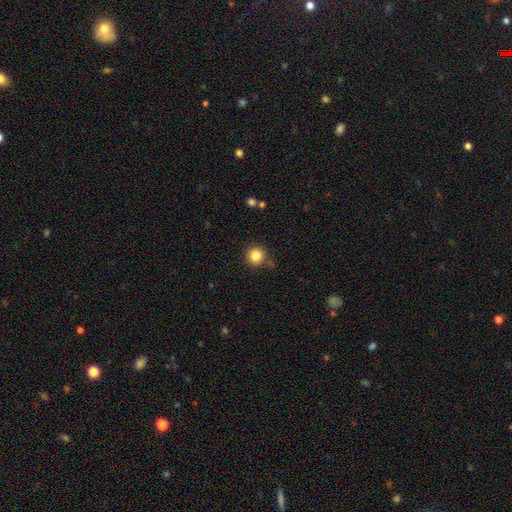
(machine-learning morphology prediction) Q: Smooth or featured?
A: smooth (83%); runner-up: star or artifact (11%)
Q: How rounded?
A: round (95%); runner-up: in between (4%)
Q: Merging?
A: none (79%); runner-up: minor disturbance (13%)